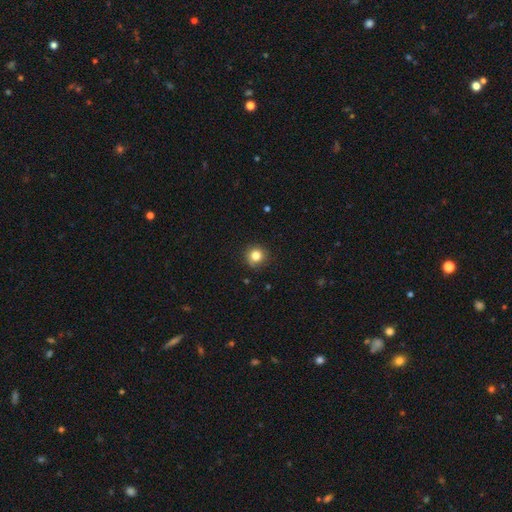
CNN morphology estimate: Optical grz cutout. It shows a smooth galaxy with no disk features (81%) that is round (93%). Merging: none (84%).